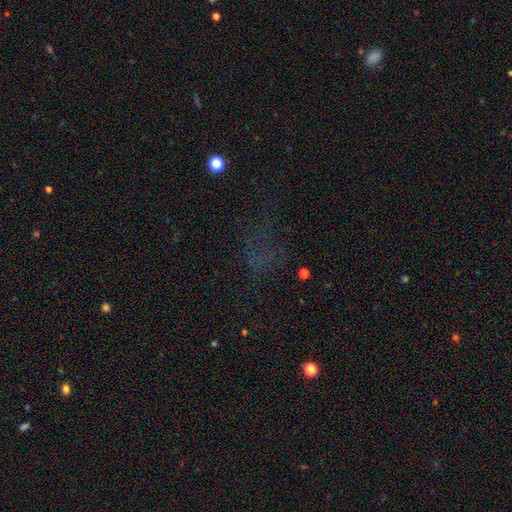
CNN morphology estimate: type=star or artifact (49%).